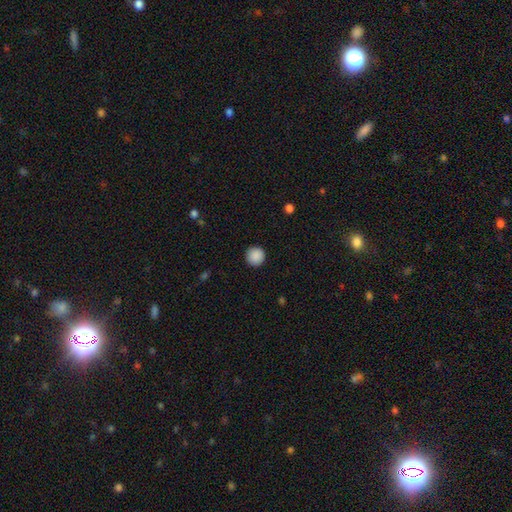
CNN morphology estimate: A smooth galaxy with no disk features (89%) that is round (95%). Merging: none (92%).